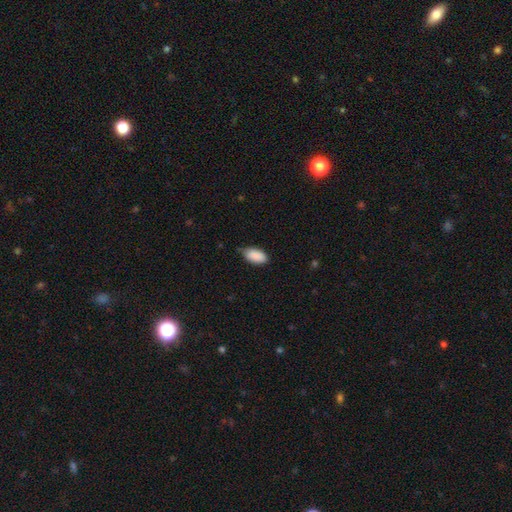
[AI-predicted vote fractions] Smooth or featured: smooth — 89% (star or artifact — 6%)
How rounded: in between — 94% (cigar-shaped — 3%)
Merging: none — 66% (minor disturbance — 29%)